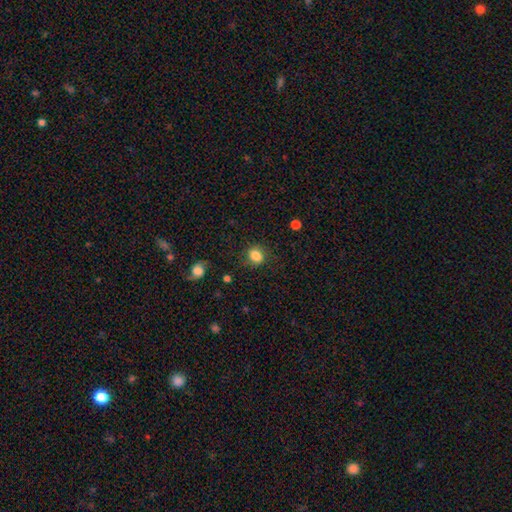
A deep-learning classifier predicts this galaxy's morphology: A smooth galaxy with no disk features (83%) that is round (54%).

Vote fractions:
- Smooth or featured? smooth: 83% / star or artifact: 10% / featured or disk: 7%
- How rounded? round: 54% / in between: 45% / cigar-shaped: 1%
- Merging? none: 79% / minor disturbance: 14% / major disturbance: 5% / merger: 2%